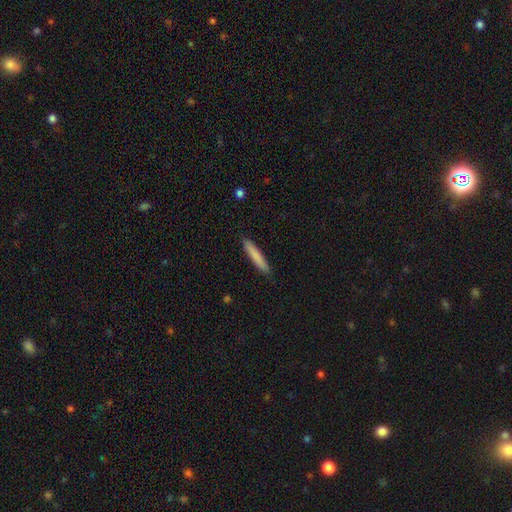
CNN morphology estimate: smooth 81%, featured or disk 13%, star or artifact 6%. Down the decision tree: how rounded — cigar-shaped (93%); merging — none (90%).